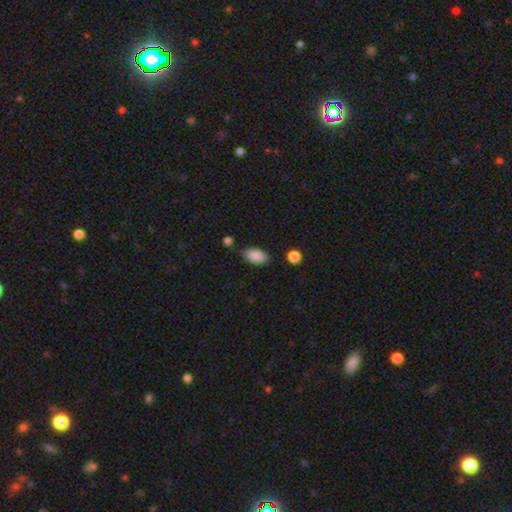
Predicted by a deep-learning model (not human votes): The model was most divided on "merging": none: 79%, minor disturbance: 14%, merger: 4%, major disturbance: 3%. More confident: how rounded — in between (93%); smooth or featured — smooth (88%).